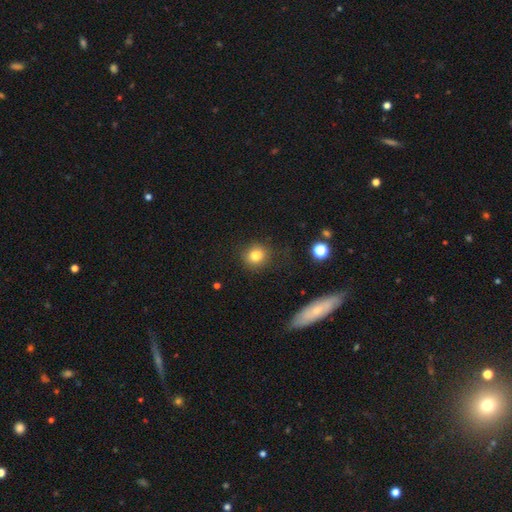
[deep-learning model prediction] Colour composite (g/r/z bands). It shows a smooth galaxy with no disk features (81%) that is round (86%). Merging: none (85%).